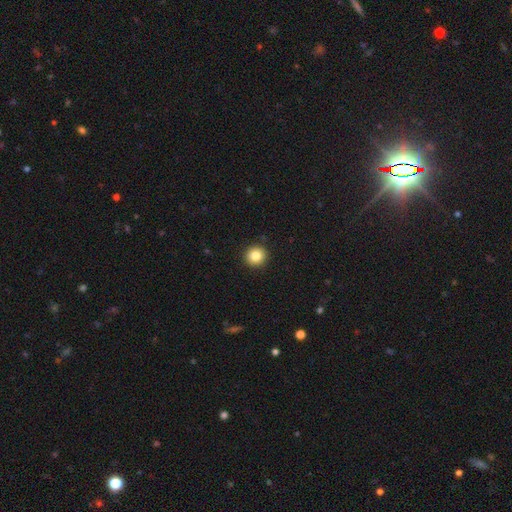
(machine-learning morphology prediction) Overall: smooth (84%). How rounded: round (94%). Merging: none (93%).